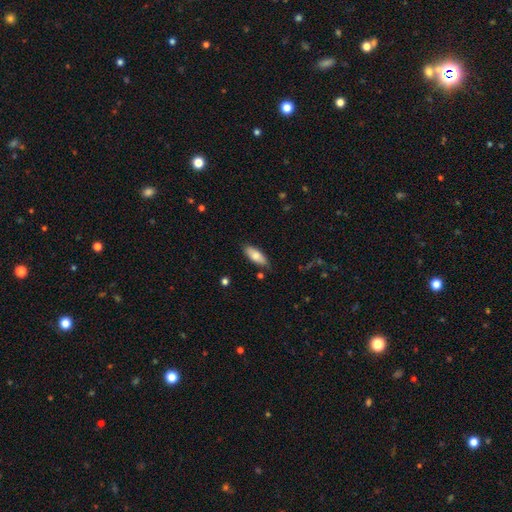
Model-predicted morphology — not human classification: Q: Smooth or featured?
A: smooth (77%); runner-up: featured or disk (16%)
Q: How rounded?
A: in between (77%); runner-up: cigar-shaped (22%)
Q: Merging?
A: none (82%); runner-up: minor disturbance (14%)